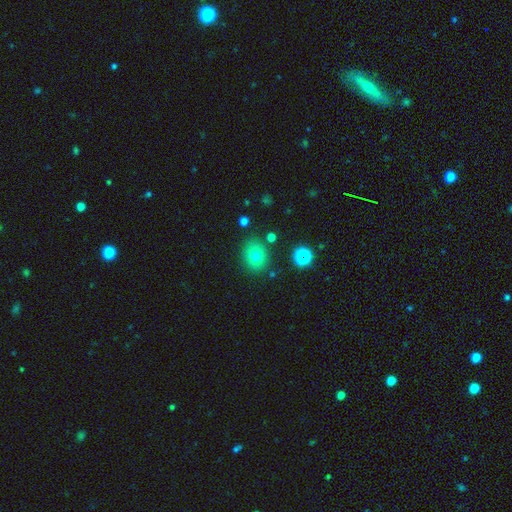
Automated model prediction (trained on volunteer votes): A smooth galaxy with no disk features (75%) that is round (61%). Merging: none (82%).